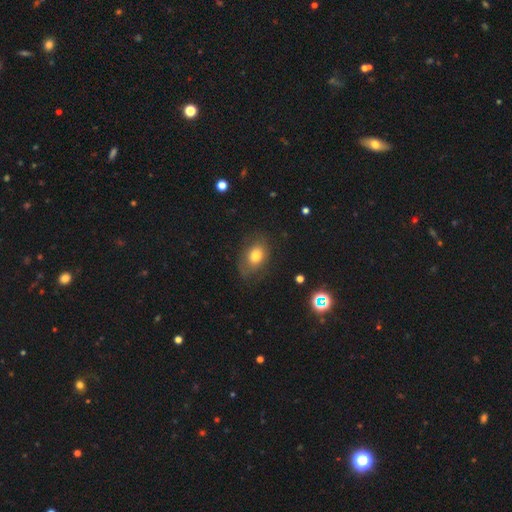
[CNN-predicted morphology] This appears to be a smooth galaxy with no disk features (69%) that is in between round and cigar-shaped (75%). Merging: none (71%).